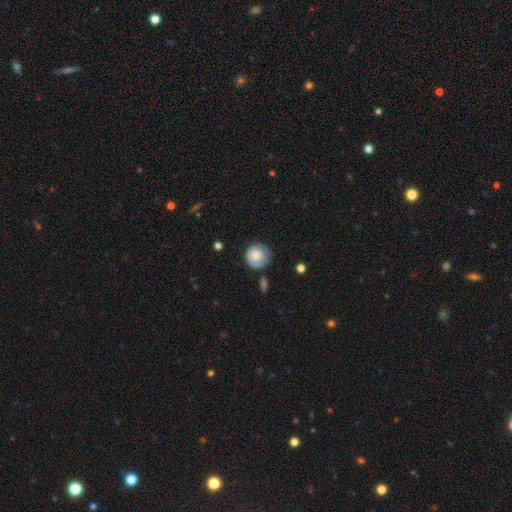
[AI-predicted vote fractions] smooth 74%, featured or disk 19%, star or artifact 7%. Down the decision tree: how rounded — round (91%); merging — none (64%).